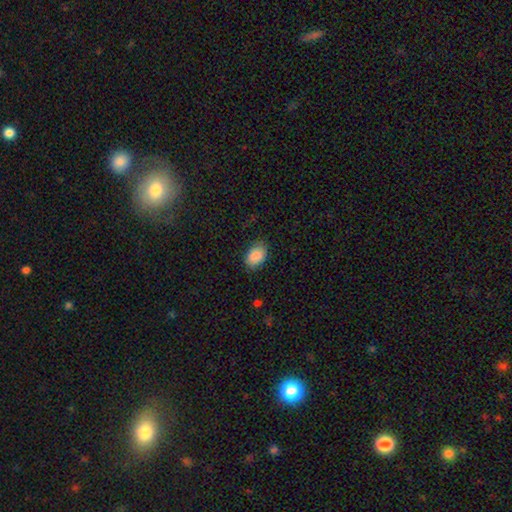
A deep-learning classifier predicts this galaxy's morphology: Smooth or featured? smooth (87%)
How rounded? in between (86%)
Merging? none (80%)